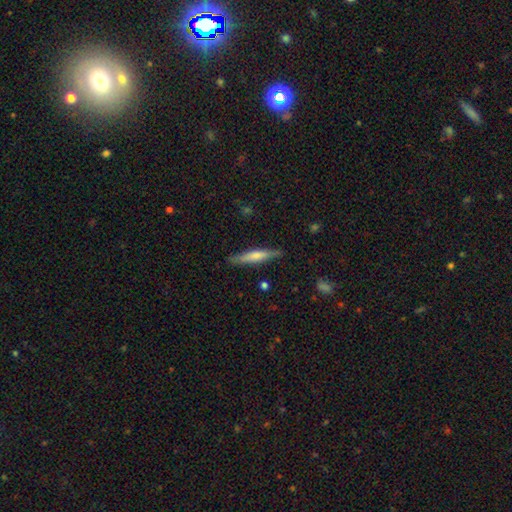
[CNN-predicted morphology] Smooth or featured?
  - smooth: 56% *
  - featured or disk: 38%
  - star or artifact: 6%
How rounded?
  - cigar-shaped: 89% *
  - in between: 9%
  - round: 1%
Merging?
  - none: 85% *
  - minor disturbance: 11%
  - major disturbance: 2%
  - merger: 1%